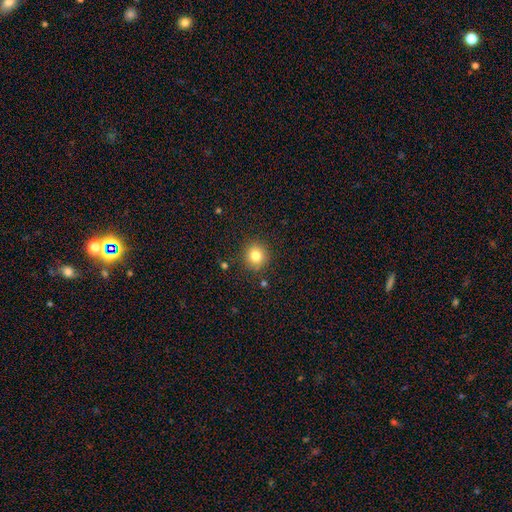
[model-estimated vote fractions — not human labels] This appears to be a smooth galaxy with no disk features (81%) that is round (90%). Merging: none (88%).